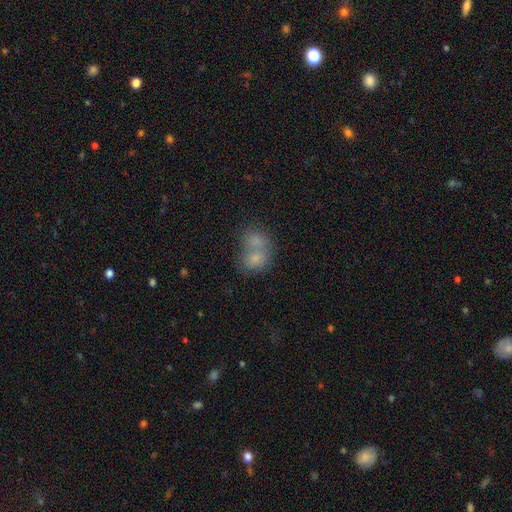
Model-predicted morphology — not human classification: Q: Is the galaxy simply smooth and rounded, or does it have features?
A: smooth — 75%.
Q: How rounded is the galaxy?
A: round — 55%.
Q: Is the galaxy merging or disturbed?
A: merger — 66%.